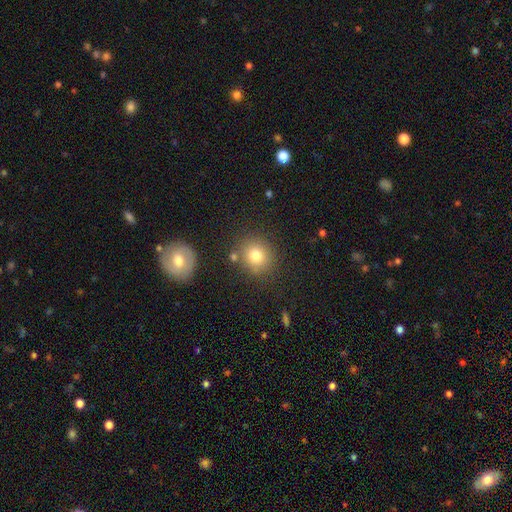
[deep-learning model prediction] The model was most divided on "smooth or featured": smooth: 78%, star or artifact: 12%, featured or disk: 10%. More confident: how rounded — round (85%); merging — none (78%).